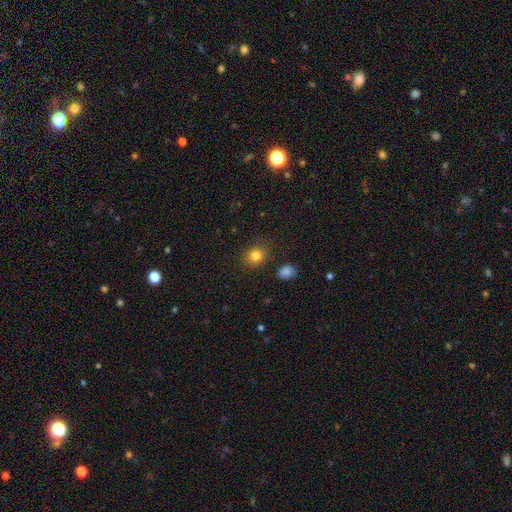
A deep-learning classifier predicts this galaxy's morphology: Smooth or featured?
  - smooth: 82% *
  - star or artifact: 12%
  - featured or disk: 6%
How rounded?
  - round: 76% *
  - in between: 23%
  - cigar-shaped: 1%
Merging?
  - none: 86% *
  - minor disturbance: 9%
  - major disturbance: 3%
  - merger: 2%